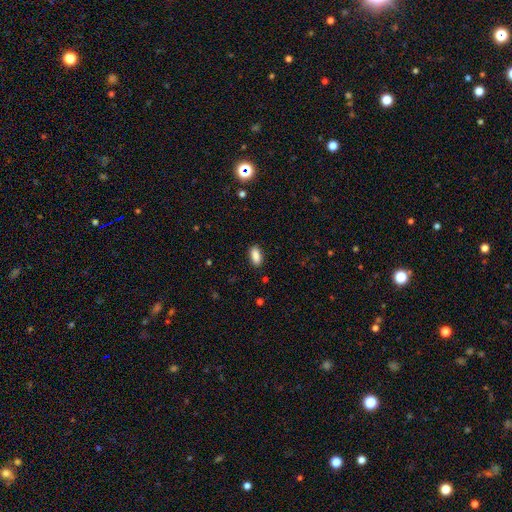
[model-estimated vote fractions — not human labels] A smooth galaxy with no disk features (89%) that is in between round and cigar-shaped (90%). Merging: none (88%).